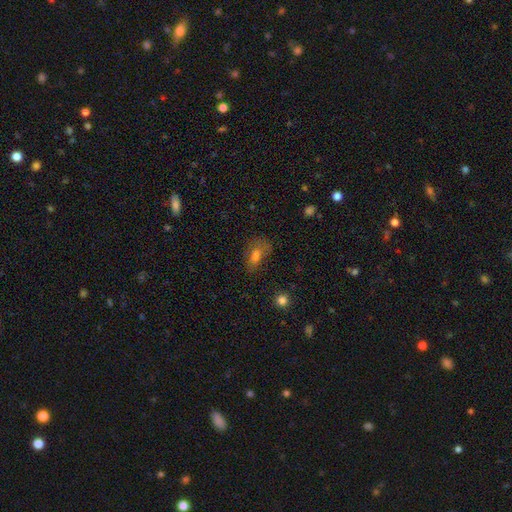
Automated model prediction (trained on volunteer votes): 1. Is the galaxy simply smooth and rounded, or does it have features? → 59% smooth, 22% featured or disk, 19% star or artifact.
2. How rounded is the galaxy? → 81% in between, 13% round, 6% cigar-shaped.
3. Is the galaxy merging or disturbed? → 47% none, 25% minor disturbance, 22% major disturbance, 6% merger.